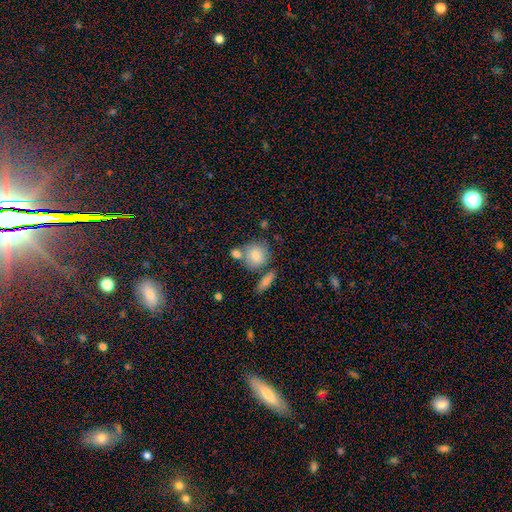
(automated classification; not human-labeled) This appears to be a smooth galaxy with no disk features (78%) that is round (78%). Merging: none (55%).